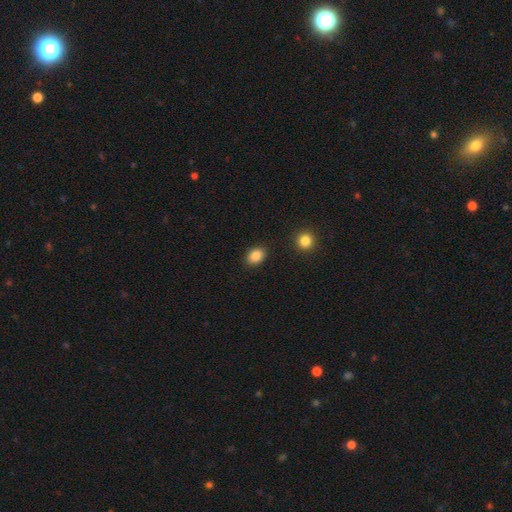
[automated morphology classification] Q: Smooth or featured?
A: smooth (88%); runner-up: star or artifact (9%)
Q: How rounded?
A: in between (67%); runner-up: round (32%)
Q: Merging?
A: none (88%); runner-up: minor disturbance (8%)